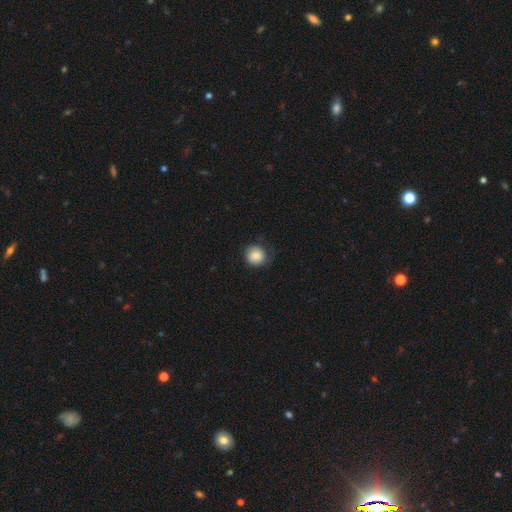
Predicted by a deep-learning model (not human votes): Smooth or featured: smooth — 86% (star or artifact — 8%)
How rounded: round — 89% (in between — 10%)
Merging: none — 74% (minor disturbance — 20%)